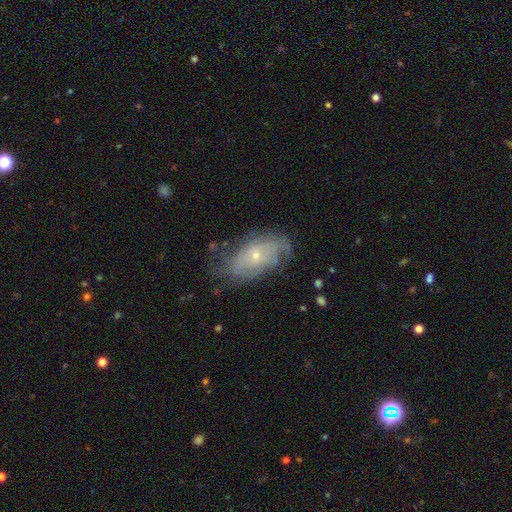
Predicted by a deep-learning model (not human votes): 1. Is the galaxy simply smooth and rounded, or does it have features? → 62% featured or disk, 30% smooth, 8% star or artifact.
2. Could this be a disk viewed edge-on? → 92% no, 8% yes.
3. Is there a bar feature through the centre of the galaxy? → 82% no, 15% weak, 3% strong.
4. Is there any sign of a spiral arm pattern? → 71% yes, 29% no.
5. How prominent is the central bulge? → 73% small, 23% moderate, 2% none, 1% large, 1% dominant.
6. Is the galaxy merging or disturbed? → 60% none, 26% minor disturbance, 12% major disturbance, 2% merger.